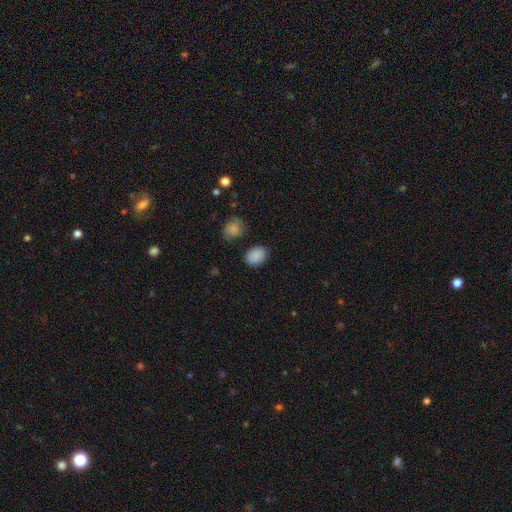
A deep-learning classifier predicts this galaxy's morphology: Smooth or featured? Predicted: smooth (p=0.86). How rounded? Predicted: in between (p=0.63). Merging? Predicted: none (p=0.80).